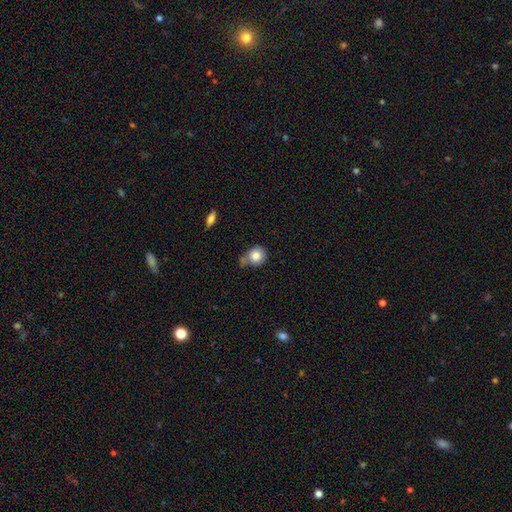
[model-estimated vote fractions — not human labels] Smooth or featured?
  - smooth: 83% *
  - star or artifact: 9%
  - featured or disk: 8%
How rounded?
  - round: 83% *
  - in between: 16%
  - cigar-shaped: 1%
Merging?
  - none: 52% *
  - minor disturbance: 24%
  - merger: 17%
  - major disturbance: 7%